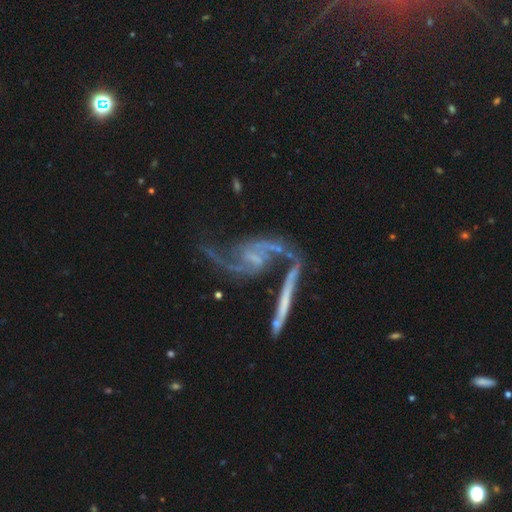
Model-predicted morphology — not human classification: type=featured or disk (89%); edge-on=no (93%); bar=weak (42%); spiral arms=yes (95%); winding=loose (59%); arm count=2 (89%); bulge=small (44%); merging=none (44%).